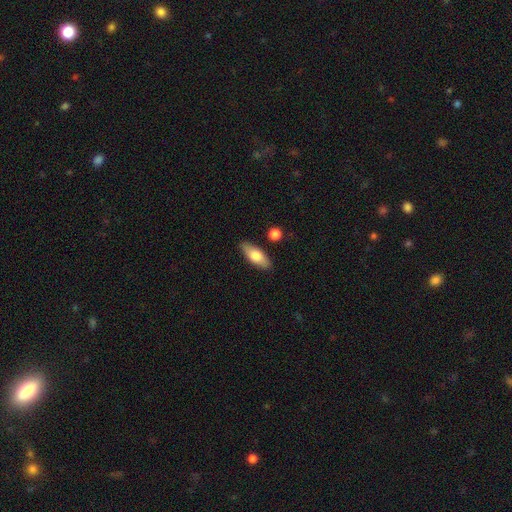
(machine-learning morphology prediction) type=smooth (71%); roundness=in between (72%); merging=none (85%).